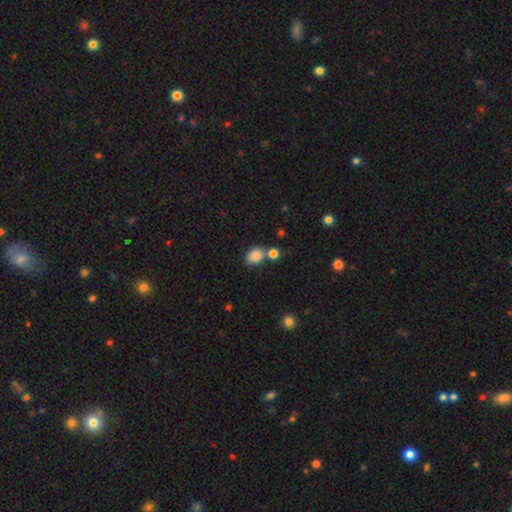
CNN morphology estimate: smooth-or-featured: smooth: 85% | star or artifact: 10% | featured or disk: 5%
  how-rounded: in between: 60% | round: 39% | cigar-shaped: 1%
  merging: none: 64% | merger: 20% | minor disturbance: 12% | major disturbance: 4%